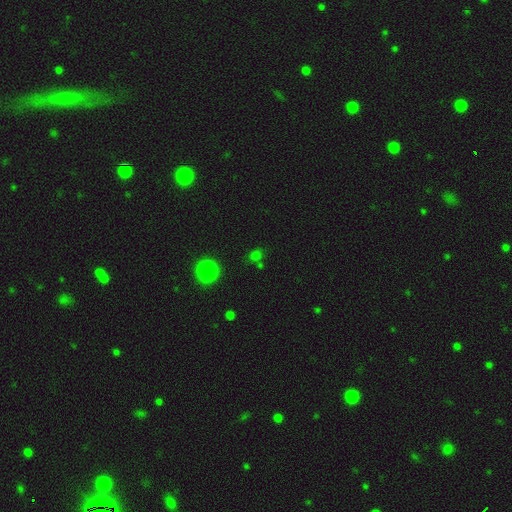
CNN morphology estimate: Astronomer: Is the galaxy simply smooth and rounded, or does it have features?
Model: smooth — 55% (runner-up: star or artifact, 38%).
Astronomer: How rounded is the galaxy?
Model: round — 68%.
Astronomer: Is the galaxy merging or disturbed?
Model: none — 72%.